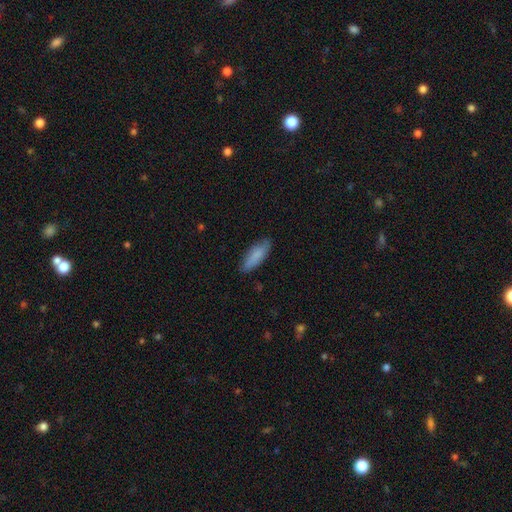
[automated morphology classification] Smooth or featured: smooth — 84% (featured or disk — 10%)
How rounded: in between — 59% (cigar-shaped — 40%)
Merging: none — 84% (minor disturbance — 13%)